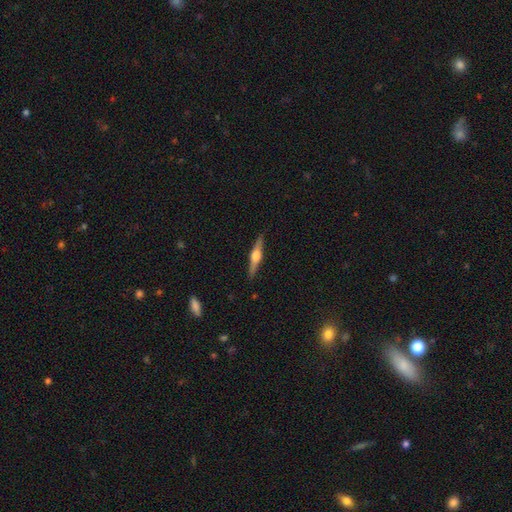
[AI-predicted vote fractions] smooth_or_featured: featured or disk (p=0.72) [alt: smooth p=0.22]
disk_edge_on: yes (p=0.98) [alt: no p=0.02]
edge_on_bulge: rounded (p=0.92) [alt: boxy p=0.06]
merging: none (p=0.90) [alt: minor disturbance p=0.07]